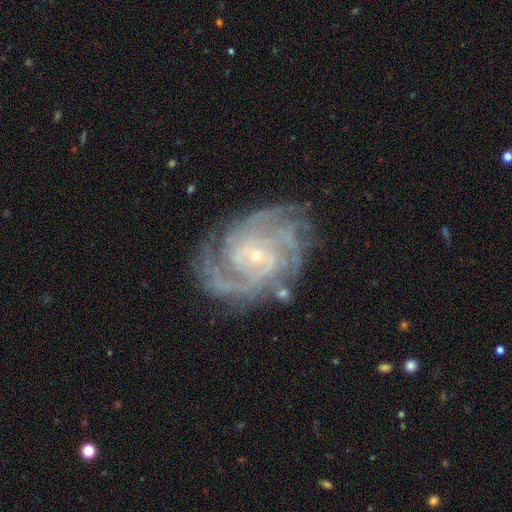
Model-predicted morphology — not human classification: This appears to be a featured or disk galaxy (90%) with no bar (69%), 4 (25%) tight (65%) spiral arms (98%) and a small central bulge (85%). Merging: none (73%).